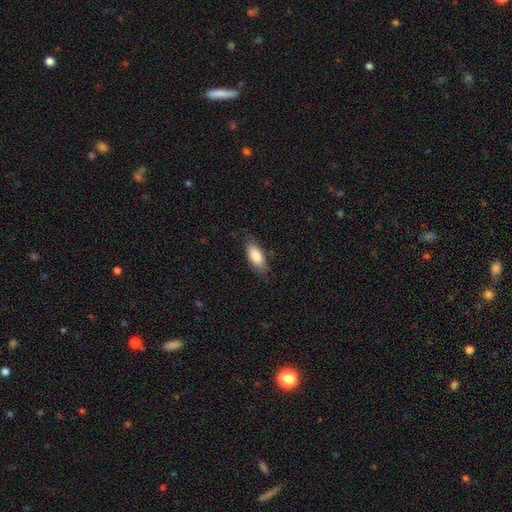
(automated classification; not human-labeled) This is clearly a smooth galaxy (85%). How rounded: clearly in between (83%). Merging: likely none (80%).